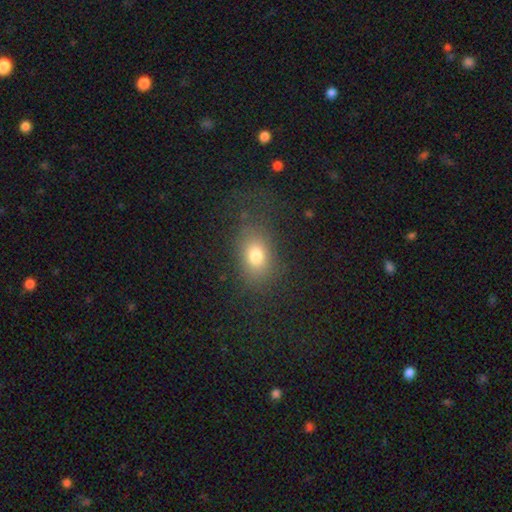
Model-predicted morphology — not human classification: Overall: smooth (76%). How rounded: in between (71%). Merging: none (75%).